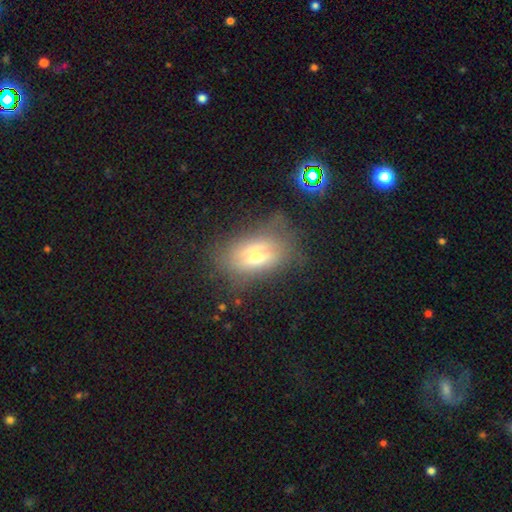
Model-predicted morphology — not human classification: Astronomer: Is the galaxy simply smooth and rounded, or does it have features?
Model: smooth — 43%, tied with featured or disk at 43%.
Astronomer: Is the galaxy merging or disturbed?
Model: none — 58%.